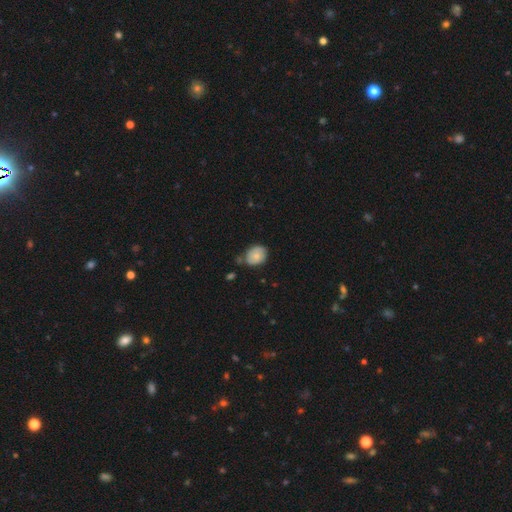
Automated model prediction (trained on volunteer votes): smooth-or-featured: smooth: 68% | featured or disk: 24% | star or artifact: 8%
  how-rounded: in between: 51% | round: 48% | cigar-shaped: 1%
  merging: none: 63% | minor disturbance: 26% | merger: 6% | major disturbance: 5%